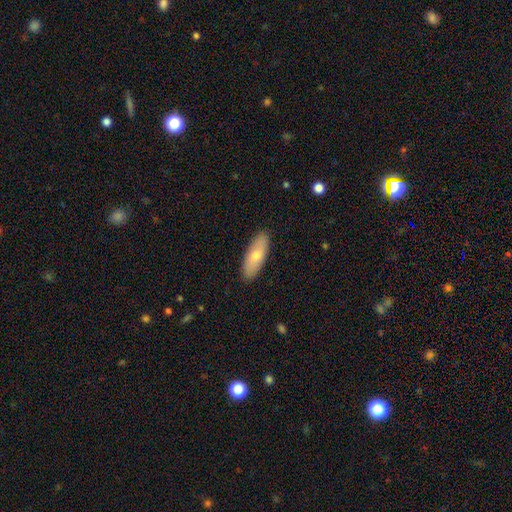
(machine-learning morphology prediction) The model was most divided on "how rounded": in between: 64%, cigar-shaped: 34%, round: 2%. More confident: merging — none (90%); smooth or featured — smooth (69%).